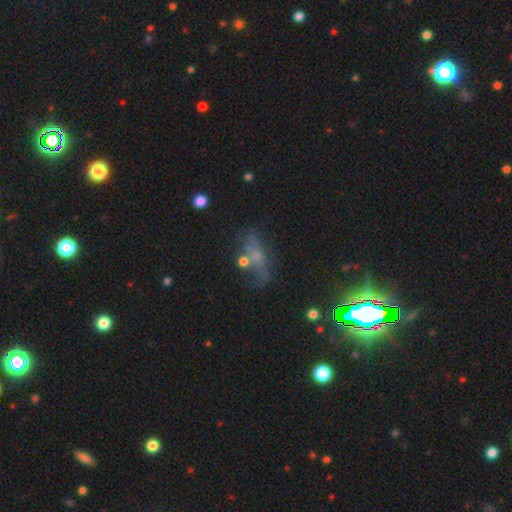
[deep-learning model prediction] Smooth or featured? featured or disk (37%)
Merging? none (48%)